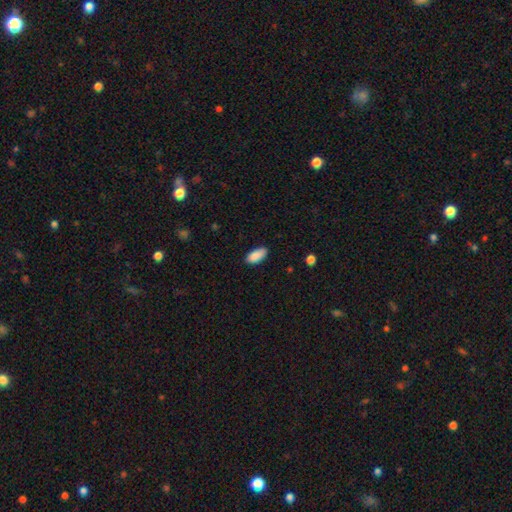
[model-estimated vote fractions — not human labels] Smooth or featured?
  - smooth: 89% *
  - star or artifact: 7%
  - featured or disk: 5%
How rounded?
  - in between: 90% *
  - cigar-shaped: 8%
  - round: 2%
Merging?
  - none: 82% *
  - minor disturbance: 15%
  - major disturbance: 2%
  - merger: 1%